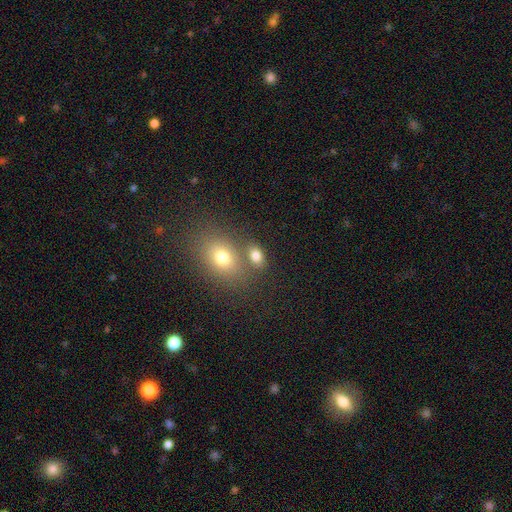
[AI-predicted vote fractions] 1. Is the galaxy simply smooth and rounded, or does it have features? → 77% smooth, 13% star or artifact, 11% featured or disk.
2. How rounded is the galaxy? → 75% in between, 23% round, 2% cigar-shaped.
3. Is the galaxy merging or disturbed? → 58% none, 26% merger, 11% minor disturbance, 5% major disturbance.